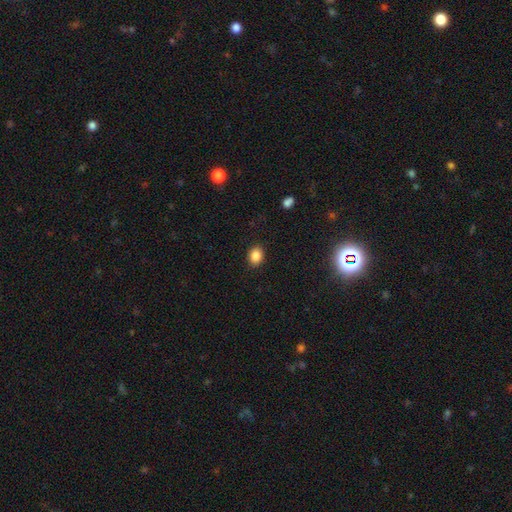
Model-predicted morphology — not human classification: Smooth or featured?
  - smooth: 87% *
  - star or artifact: 9%
  - featured or disk: 4%
How rounded?
  - in between: 56% *
  - round: 43%
  - cigar-shaped: 1%
Merging?
  - none: 90% *
  - minor disturbance: 7%
  - major disturbance: 2%
  - merger: 1%